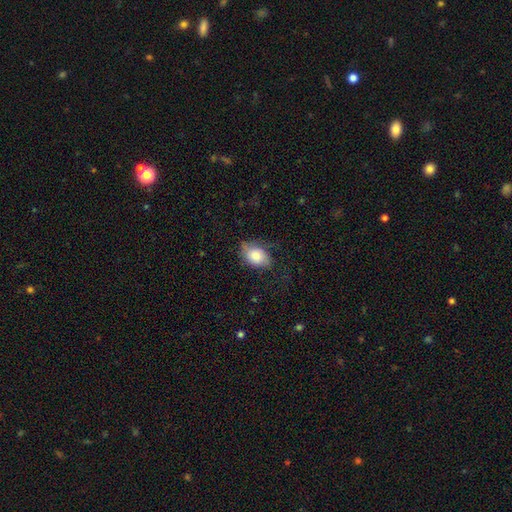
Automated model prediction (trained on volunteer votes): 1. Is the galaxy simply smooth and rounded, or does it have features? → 76% smooth, 16% featured or disk, 7% star or artifact.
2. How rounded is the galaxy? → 85% in between, 14% round, 1% cigar-shaped.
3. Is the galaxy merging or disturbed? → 55% none, 29% minor disturbance, 15% major disturbance, 2% merger.